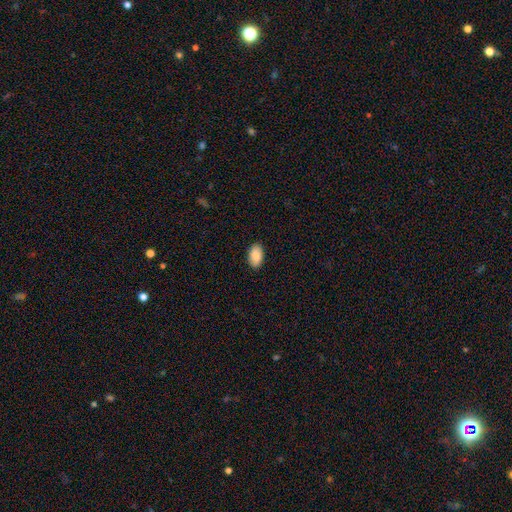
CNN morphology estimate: Smooth or featured: smooth — 83% (featured or disk — 11%)
How rounded: in between — 94% (round — 5%)
Merging: none — 88% (minor disturbance — 9%)